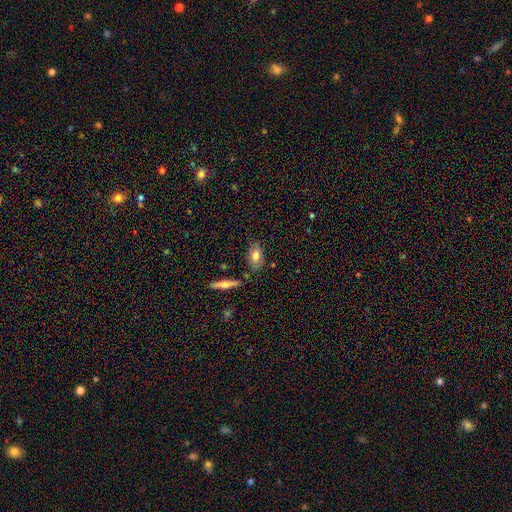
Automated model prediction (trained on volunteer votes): smooth 73%, featured or disk 20%, star or artifact 7%. Down the decision tree: how rounded — in between (85%); merging — none (76%).